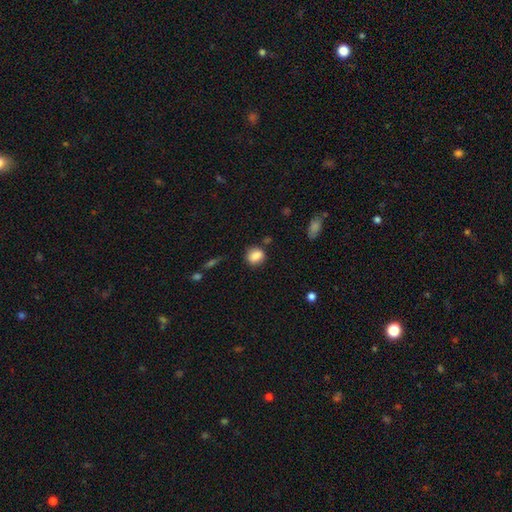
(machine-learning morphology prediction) This appears to be a smooth galaxy with no disk features (85%) that is round (57%). Merging: none (75%).